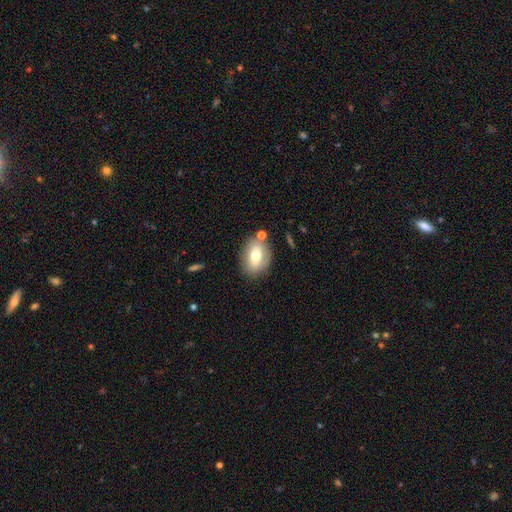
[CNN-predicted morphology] Smooth or featured?
  - smooth: 65% *
  - featured or disk: 26%
  - star or artifact: 8%
How rounded?
  - in between: 74% *
  - round: 24%
  - cigar-shaped: 1%
Merging?
  - none: 73% *
  - minor disturbance: 14%
  - merger: 9%
  - major disturbance: 4%